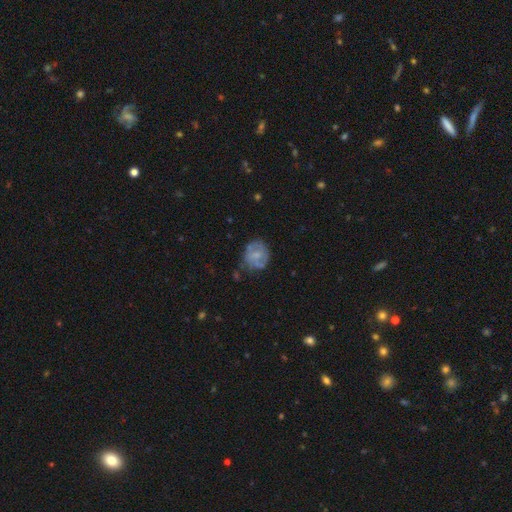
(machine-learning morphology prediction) smooth_or_featured: featured or disk (p=0.52) [alt: smooth p=0.40]
disk_edge_on: no (p=0.98) [alt: yes p=0.02]
bar: no (p=0.63) [alt: weak p=0.31]
has_spiral_arms: no (p=0.51) [alt: yes p=0.49]
bulge_size: small (p=0.37) [alt: moderate p=0.33]
merging: none (p=0.58) [alt: minor disturbance p=0.25]